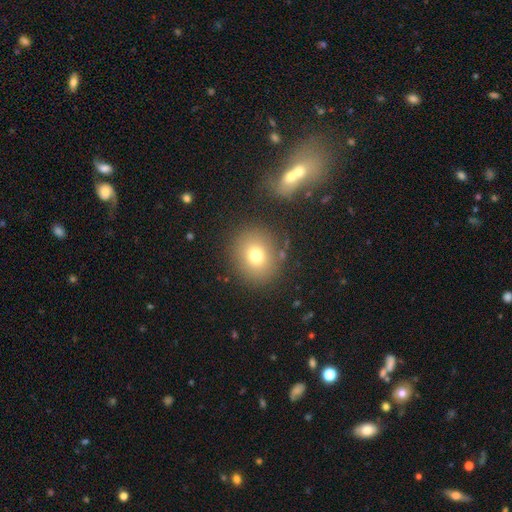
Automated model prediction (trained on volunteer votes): A smooth galaxy with no disk features (74%) that is round (79%). Merging: none (82%).